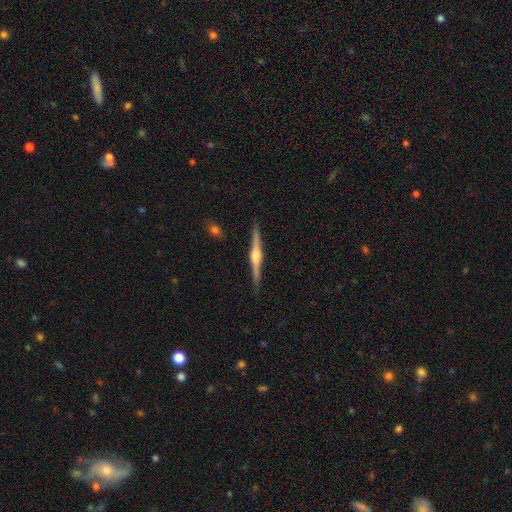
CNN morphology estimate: Smooth or featured? featured or disk (79%)
Edge-on disk? yes (98%)
Edge-on bulge? rounded (88%)
Merging? none (90%)